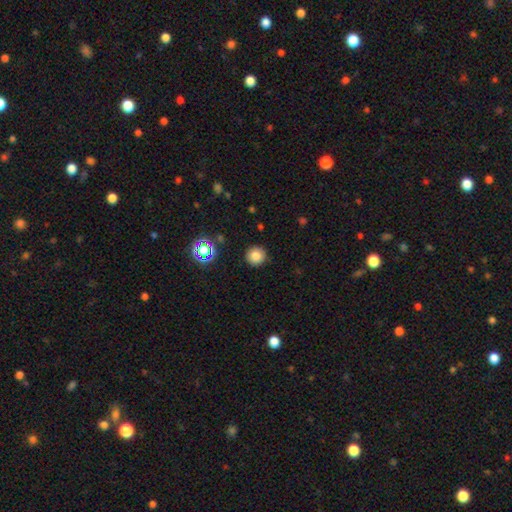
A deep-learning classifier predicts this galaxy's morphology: Smooth or featured: smooth — 79% (star or artifact — 14%)
How rounded: round — 95% (in between — 4%)
Merging: none — 91% (minor disturbance — 6%)